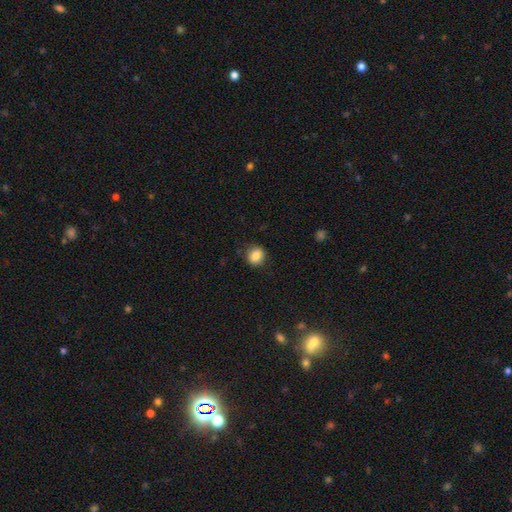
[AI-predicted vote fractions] A smooth galaxy with no disk features (85%) that is round (75%).

Vote fractions:
- Smooth or featured? smooth: 85% / star or artifact: 9% / featured or disk: 6%
- How rounded? round: 75% / in between: 24% / cigar-shaped: 1%
- Merging? none: 86% / minor disturbance: 10% / major disturbance: 3% / merger: 1%